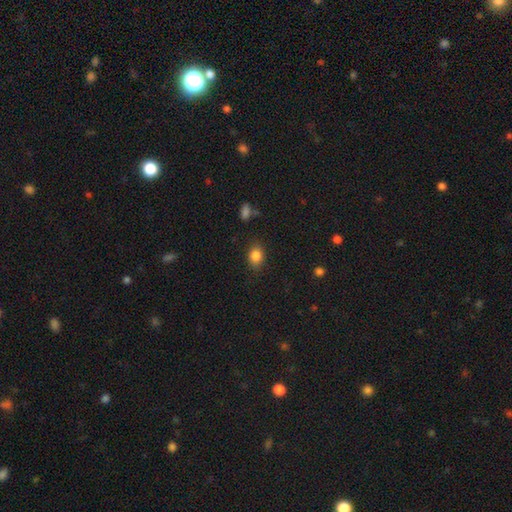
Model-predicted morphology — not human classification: A smooth galaxy with no disk features (85%) that is in between round and cigar-shaped (61%).

Vote fractions:
- Smooth or featured? smooth: 85% / star or artifact: 10% / featured or disk: 6%
- How rounded? in between: 61% / round: 38% / cigar-shaped: 1%
- Merging? none: 82% / minor disturbance: 13% / major disturbance: 3% / merger: 2%